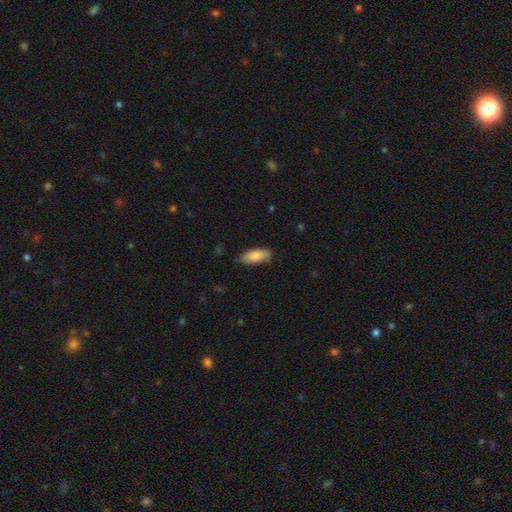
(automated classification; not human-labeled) Smooth or featured?
  - smooth: 86% *
  - featured or disk: 8%
  - star or artifact: 6%
How rounded?
  - in between: 77% *
  - cigar-shaped: 21%
  - round: 2%
Merging?
  - none: 80% *
  - minor disturbance: 17%
  - major disturbance: 3%
  - merger: 1%